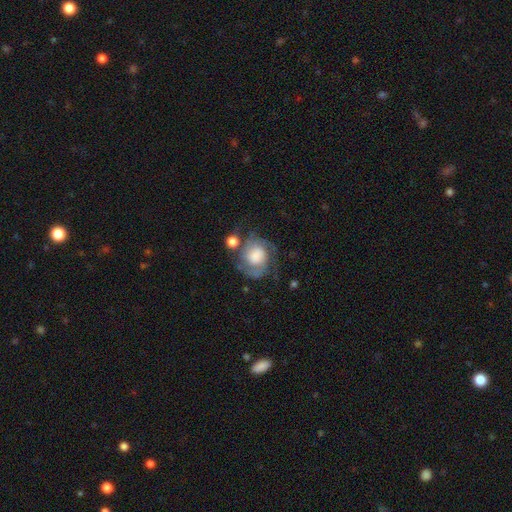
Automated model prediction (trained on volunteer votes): The model was most divided on "spiral winding": medium: 44%, tight: 37%, loose: 19%. Remaining: edge-on disk — no (98%); spiral arms — yes (88%); bar — no (71%); spiral arm count — 2 (65%); smooth or featured — featured or disk (65%); merging — none (51%); bulge size — large (45%).